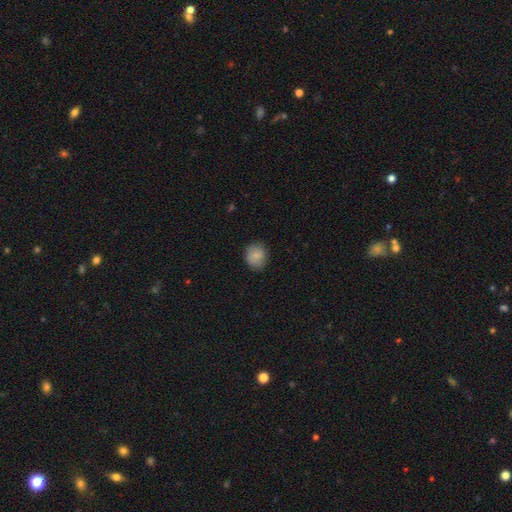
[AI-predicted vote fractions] A smooth galaxy with no disk features (85%) that is round (74%).

Vote fractions:
- Smooth or featured? smooth: 85% / star or artifact: 8% / featured or disk: 7%
- How rounded? round: 74% / in between: 25% / cigar-shaped: 1%
- Merging? none: 83% / minor disturbance: 13% / major disturbance: 3% / merger: 1%